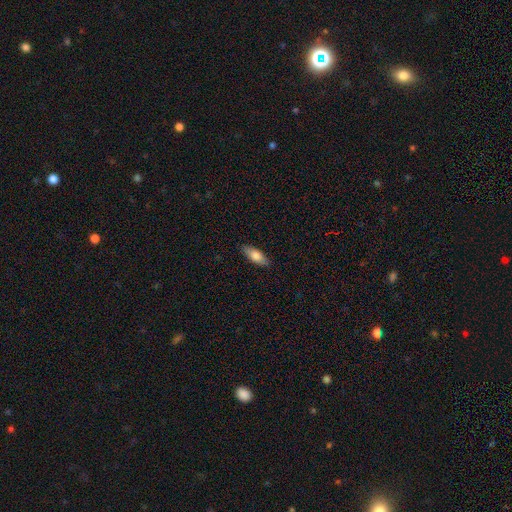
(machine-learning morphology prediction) Smooth or featured? smooth (78%)
How rounded? in between (75%)
Merging? none (87%)